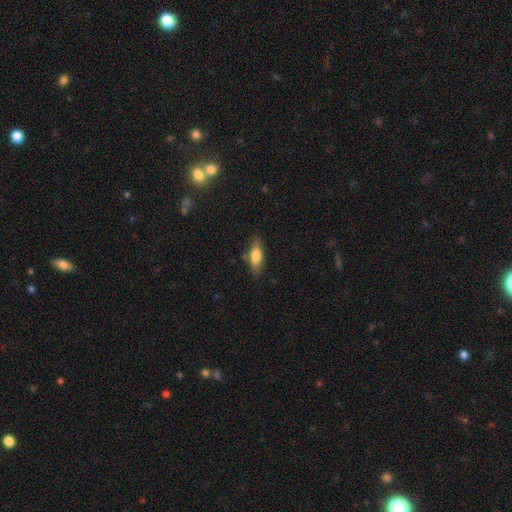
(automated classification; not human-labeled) The model was most divided on "how rounded": in between: 68%, cigar-shaped: 28%, round: 3%. More confident: merging — none (79%); smooth or featured — smooth (75%).